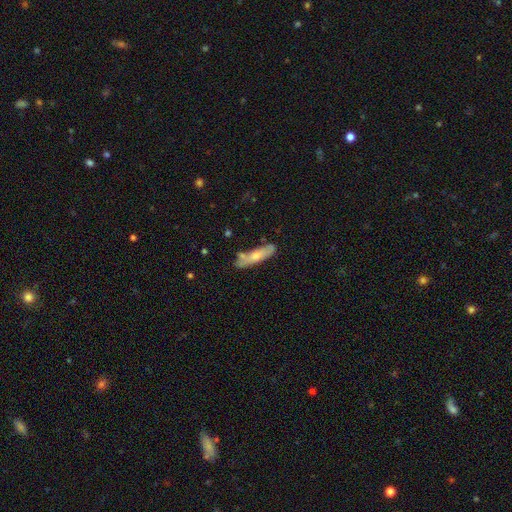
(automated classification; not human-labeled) Smooth or featured?
  - smooth: 61% *
  - featured or disk: 33%
  - star or artifact: 6%
How rounded?
  - cigar-shaped: 75% *
  - in between: 23%
  - round: 2%
Merging?
  - none: 68% *
  - minor disturbance: 19%
  - merger: 9%
  - major disturbance: 4%